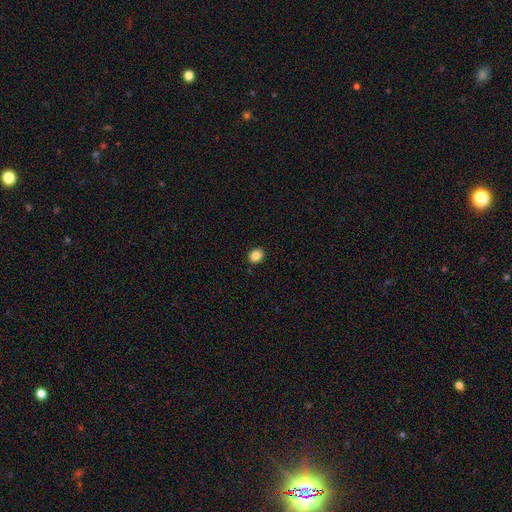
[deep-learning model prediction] A smooth galaxy with no disk features (85%) that is round (70%). Merging: none (91%).